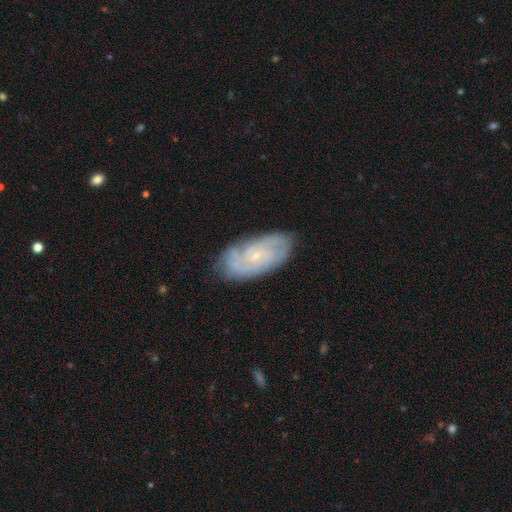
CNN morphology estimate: This appears to be a featured or disk galaxy (72%) with no bar (77%), tight (63%) spiral arms (88%) and a small central bulge (82%). Merging: none (77%).